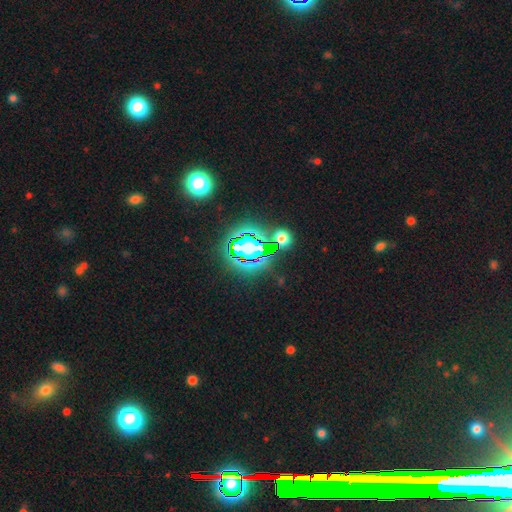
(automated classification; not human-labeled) A star or artifact, not a galaxy (69%).